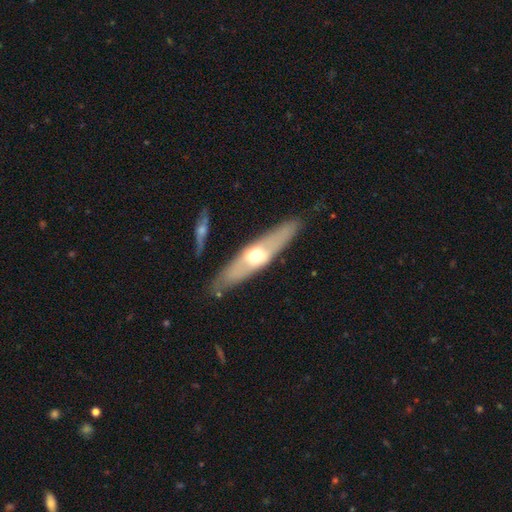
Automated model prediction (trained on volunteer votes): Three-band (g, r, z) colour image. It shows a featured or disk galaxy (57%) viewed edge-on (68%). Merging: none (85%).